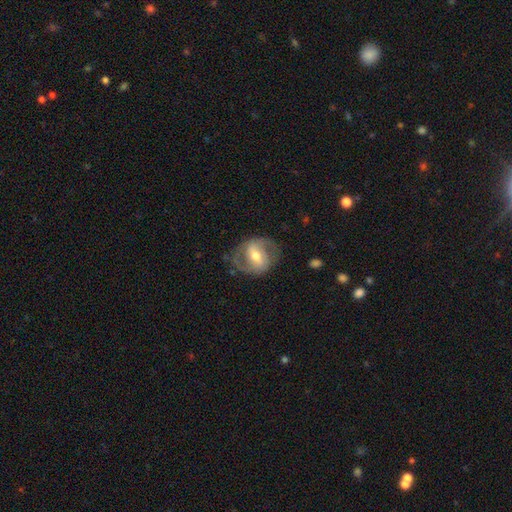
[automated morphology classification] This appears to be a featured or disk galaxy (74%) with a weak bar (43%), 2 (85%) medium (50%) spiral arms (81%) and a moderate central bulge (69%). Merging: none (71%).